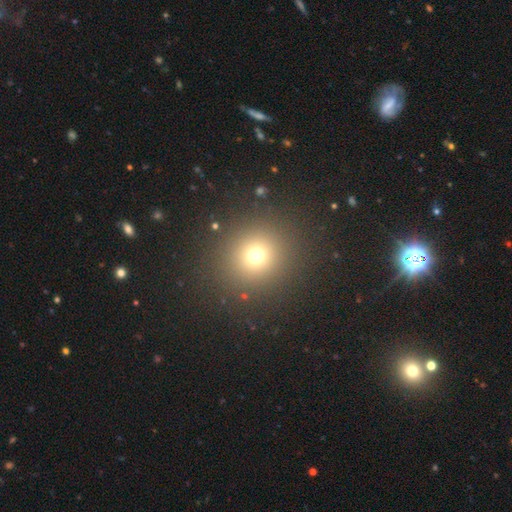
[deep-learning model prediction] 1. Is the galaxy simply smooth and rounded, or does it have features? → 70% smooth, 22% star or artifact, 8% featured or disk.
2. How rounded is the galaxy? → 90% round, 9% in between, 1% cigar-shaped.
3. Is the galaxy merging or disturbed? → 88% none, 6% minor disturbance, 4% major disturbance, 2% merger.